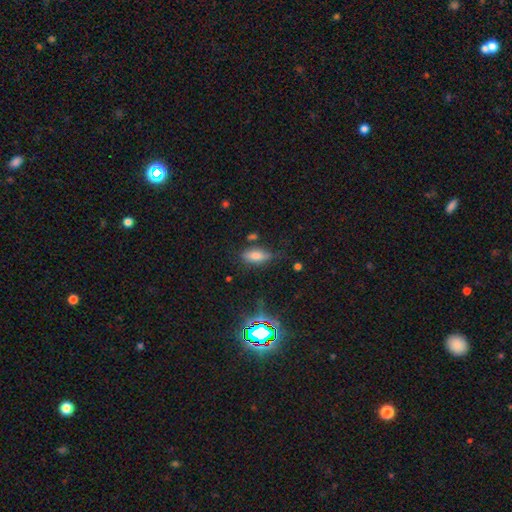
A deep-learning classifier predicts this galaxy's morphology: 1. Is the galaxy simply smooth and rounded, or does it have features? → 68% smooth, 16% star or artifact, 16% featured or disk.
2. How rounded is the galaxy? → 80% in between, 16% cigar-shaped, 4% round.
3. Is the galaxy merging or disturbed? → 68% none, 21% minor disturbance, 7% major disturbance, 5% merger.